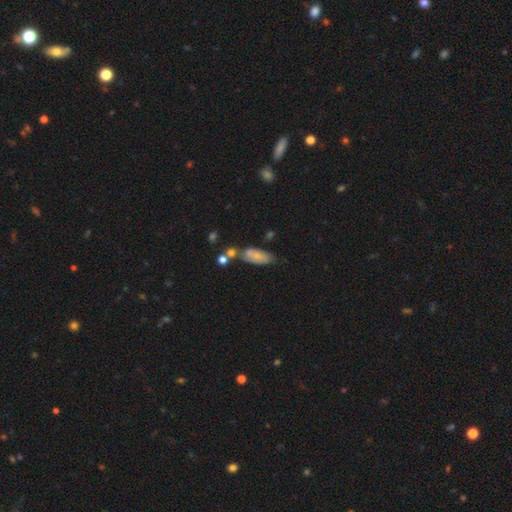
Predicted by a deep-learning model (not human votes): Q: Smooth or featured?
A: smooth (63%); runner-up: featured or disk (29%)
Q: How rounded?
A: in between (74%); runner-up: cigar-shaped (23%)
Q: Merging?
A: none (52%); runner-up: minor disturbance (24%)